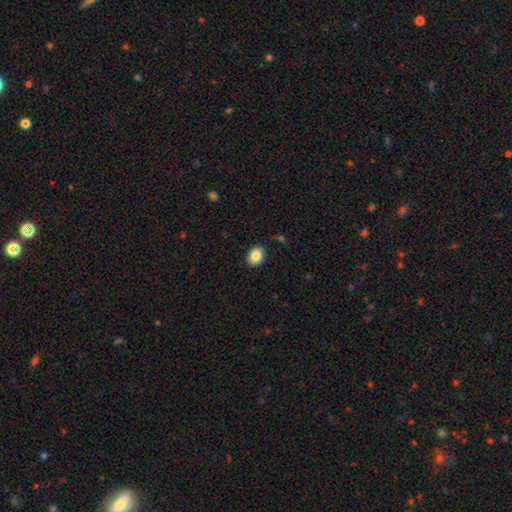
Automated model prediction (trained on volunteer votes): smooth_or_featured: smooth (p=0.87) [alt: star or artifact p=0.08]
how_rounded: in between (p=0.61) [alt: round p=0.38]
merging: none (p=0.88) [alt: minor disturbance p=0.08]